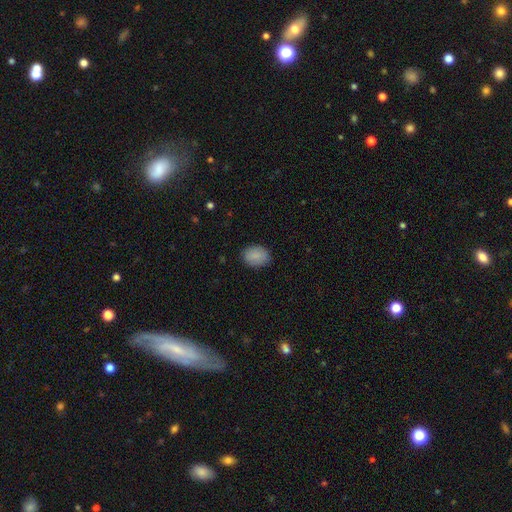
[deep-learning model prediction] A smooth galaxy with no disk features (88%) that is in between round and cigar-shaped (77%). Merging: none (86%).